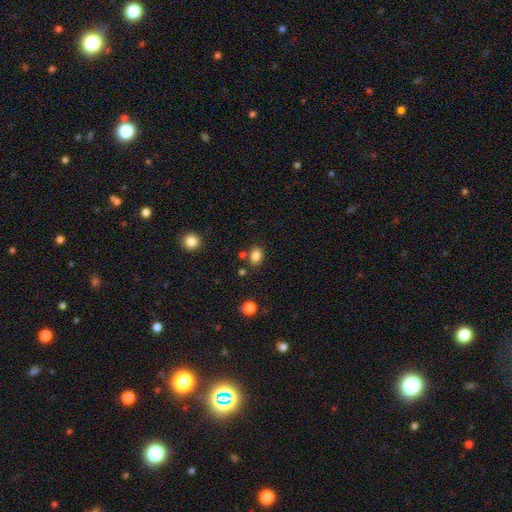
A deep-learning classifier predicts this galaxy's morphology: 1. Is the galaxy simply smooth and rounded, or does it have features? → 84% smooth, 11% star or artifact, 5% featured or disk.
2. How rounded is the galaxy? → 68% in between, 31% round, 1% cigar-shaped.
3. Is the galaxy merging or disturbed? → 77% none, 12% minor disturbance, 8% merger, 3% major disturbance.